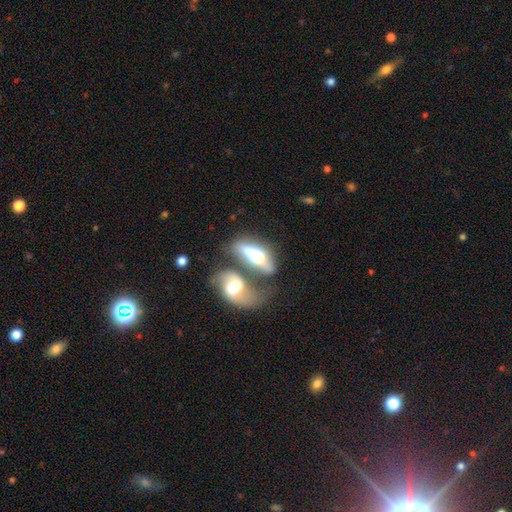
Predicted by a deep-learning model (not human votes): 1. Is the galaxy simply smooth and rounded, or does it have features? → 49% featured or disk, 44% smooth, 7% star or artifact.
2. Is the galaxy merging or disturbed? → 54% merger, 23% none, 12% minor disturbance, 11% major disturbance.